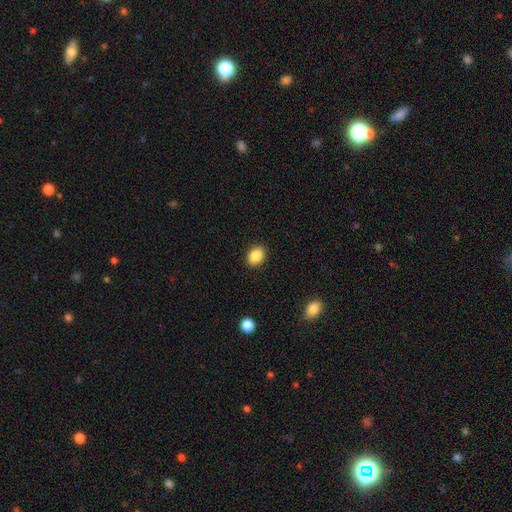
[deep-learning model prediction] Smooth or featured?
  - smooth: 88% *
  - star or artifact: 8%
  - featured or disk: 4%
How rounded?
  - in between: 69% *
  - round: 30%
  - cigar-shaped: 1%
Merging?
  - none: 90% *
  - minor disturbance: 7%
  - major disturbance: 2%
  - merger: 1%